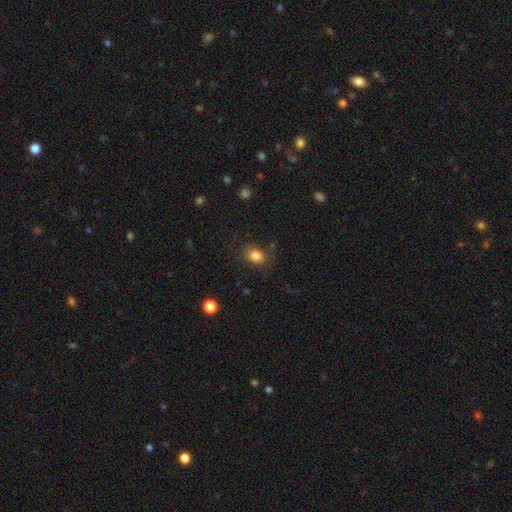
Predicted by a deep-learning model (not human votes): Overall: smooth (83%). How rounded: in between (63%; round 36%). Merging: none (77%).